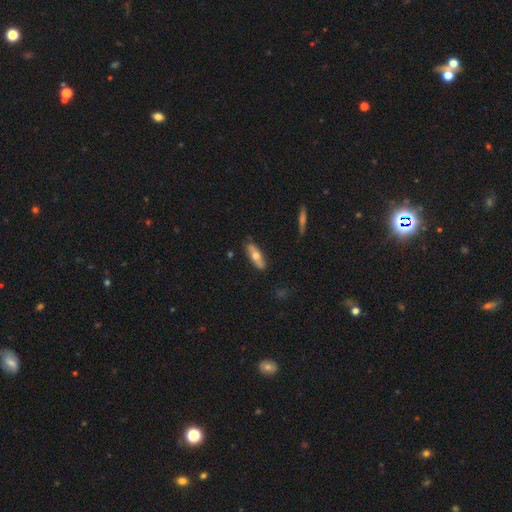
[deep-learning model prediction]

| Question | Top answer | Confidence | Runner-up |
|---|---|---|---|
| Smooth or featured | smooth | 54% | featured or disk (40%) |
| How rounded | in between | 59% | cigar-shaped (39%) |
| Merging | none | 82% | minor disturbance (14%) |